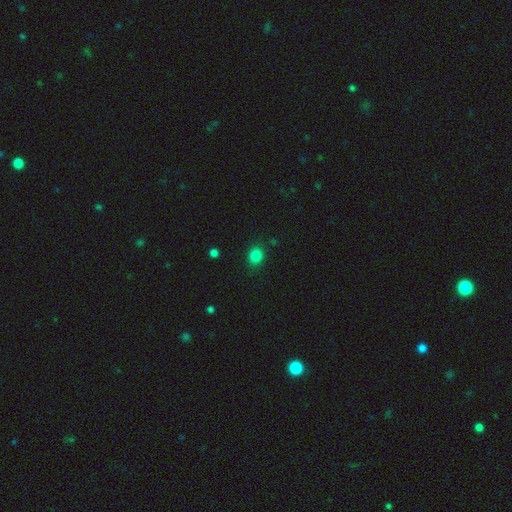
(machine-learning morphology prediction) Smooth or featured: smooth — 84% (star or artifact — 12%)
How rounded: round — 61% (in between — 38%)
Merging: none — 87% (minor disturbance — 9%)